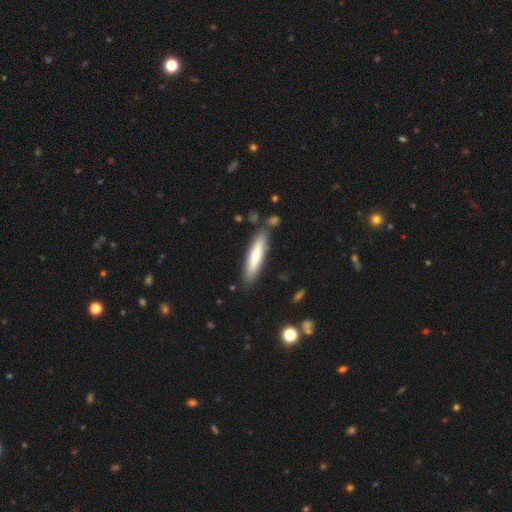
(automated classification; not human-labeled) Overall: smooth (67%; featured or disk 28%). How rounded: cigar-shaped (78%). Merging: none (82%).